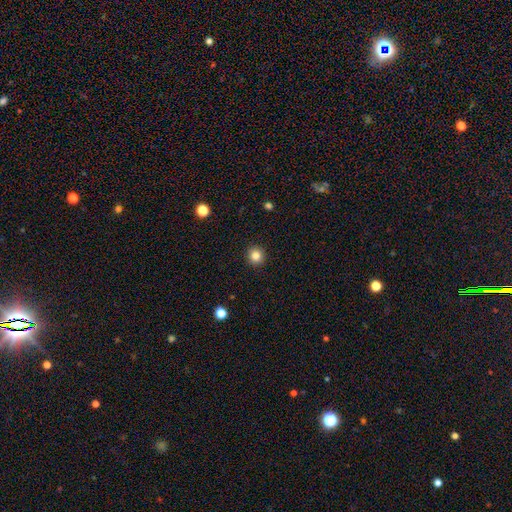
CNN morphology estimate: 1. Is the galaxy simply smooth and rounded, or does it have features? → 83% smooth, 11% star or artifact, 6% featured or disk.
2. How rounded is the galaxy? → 93% round, 6% in between, 1% cigar-shaped.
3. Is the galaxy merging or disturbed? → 93% none, 5% minor disturbance, 2% major disturbance, 1% merger.